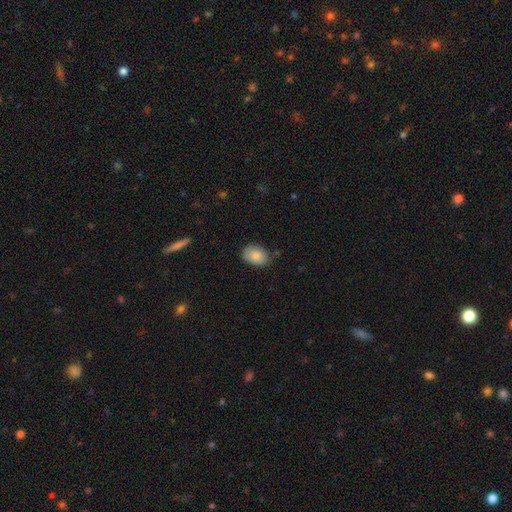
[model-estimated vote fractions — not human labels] Overall: smooth (84%). How rounded: in between (76%). Merging: none (72%).